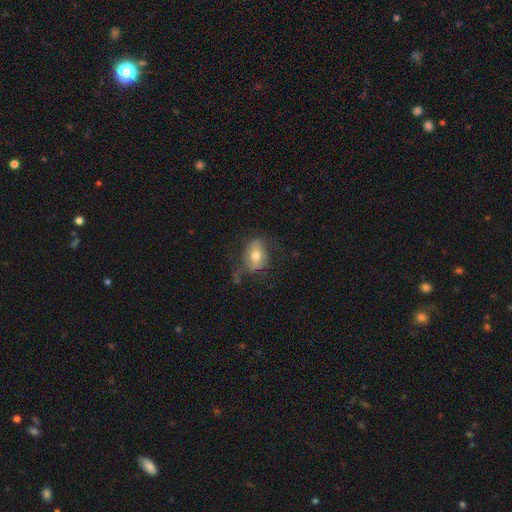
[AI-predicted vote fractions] smooth 54%, featured or disk 38%, star or artifact 8%. Down the decision tree: how rounded — in between (74%); merging — none (50%).